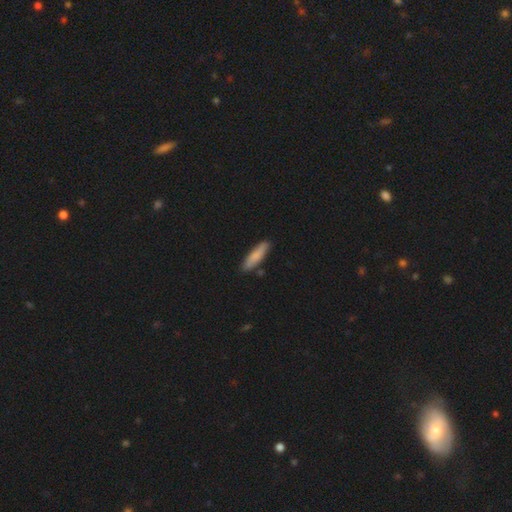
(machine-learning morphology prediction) Q: Smooth or featured?
A: smooth (82%); runner-up: featured or disk (12%)
Q: How rounded?
A: cigar-shaped (77%); runner-up: in between (22%)
Q: Merging?
A: none (86%); runner-up: minor disturbance (10%)